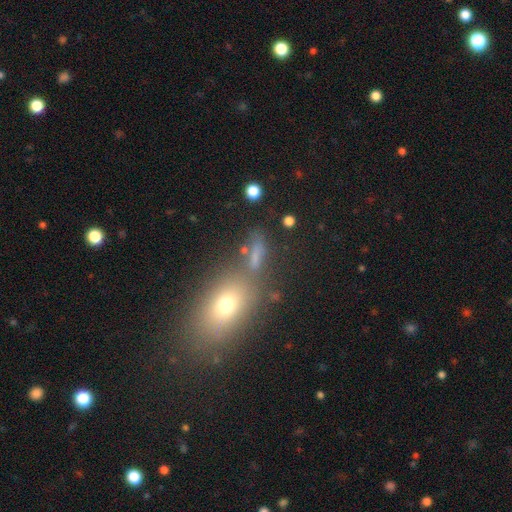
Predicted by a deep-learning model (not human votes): Morphology: type=smooth (61%); roundness=in between (51%); merging=none (58%).